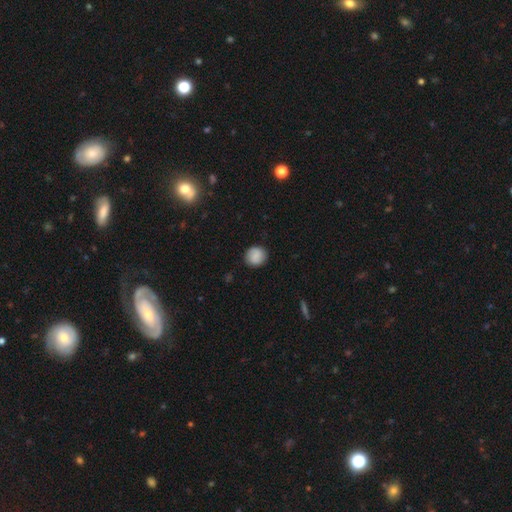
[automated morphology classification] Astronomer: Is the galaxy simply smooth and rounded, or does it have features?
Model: smooth — 82%.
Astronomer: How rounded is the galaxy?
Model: round — 84%.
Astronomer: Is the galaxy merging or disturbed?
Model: none — 86%.